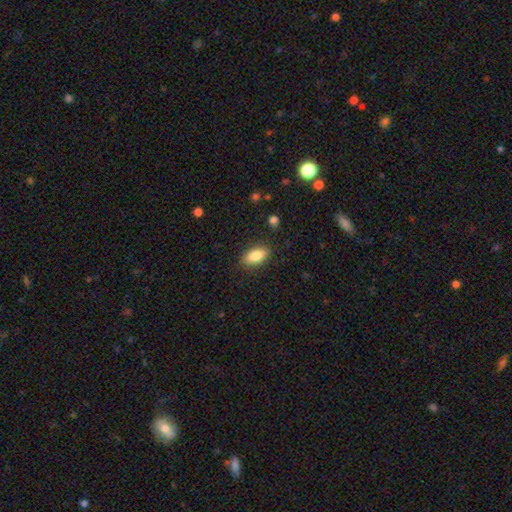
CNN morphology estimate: Smooth or featured? Predicted: smooth (p=0.84). How rounded? Predicted: in between (p=0.88). Merging? Predicted: none (p=0.86).